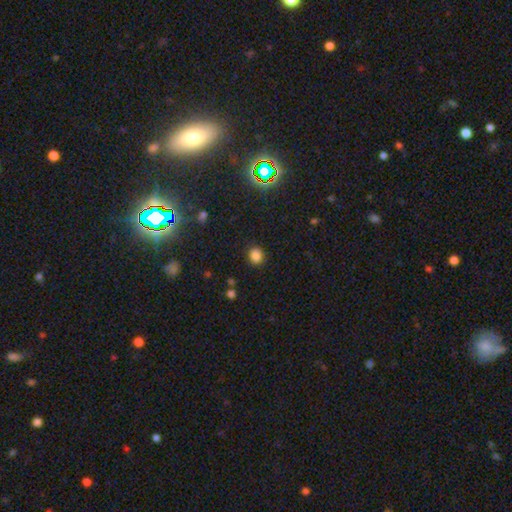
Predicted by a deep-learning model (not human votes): Morphology: type=smooth (83%); roundness=round (67%); merging=none (88%).